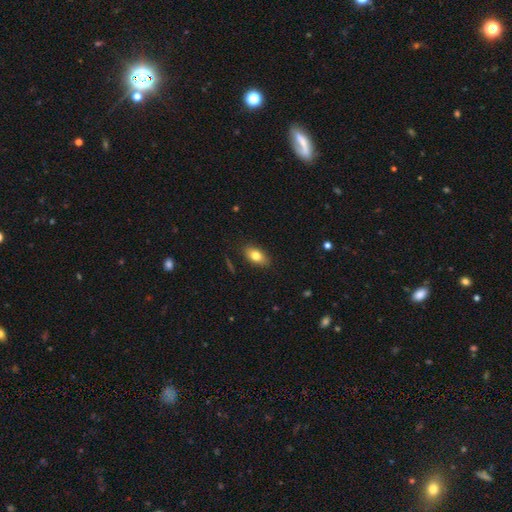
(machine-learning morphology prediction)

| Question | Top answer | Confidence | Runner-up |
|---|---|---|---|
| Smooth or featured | smooth | 78% | featured or disk (13%) |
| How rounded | in between | 87% | round (8%) |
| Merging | none | 86% | minor disturbance (10%) |